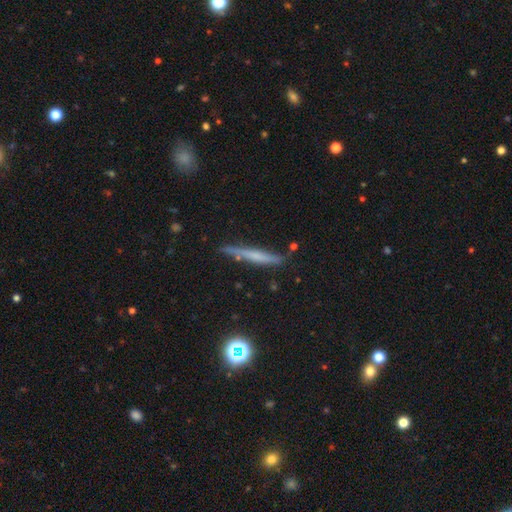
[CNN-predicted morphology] Smooth or featured? Predicted: smooth (p=0.46). Merging? Predicted: none (p=0.77).